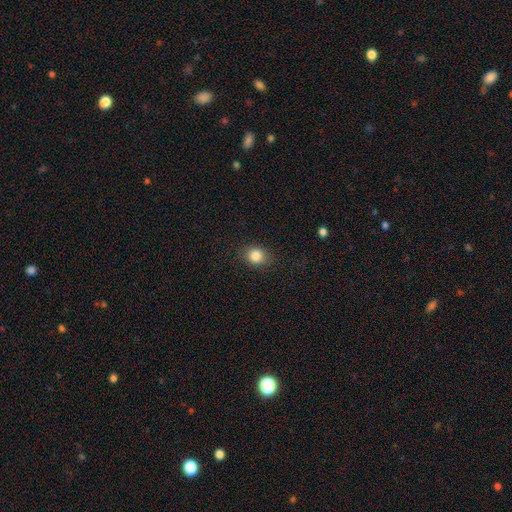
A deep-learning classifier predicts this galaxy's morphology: Smooth or featured? smooth (84%)
How rounded? round (64%)
Merging? none (86%)